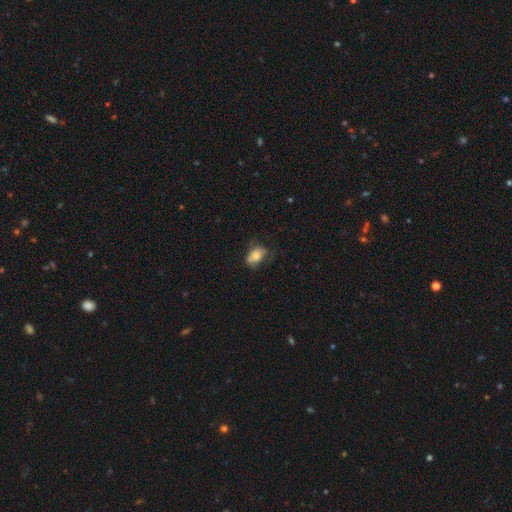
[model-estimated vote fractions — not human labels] This appears to be a smooth galaxy with no disk features (72%) that is in between round and cigar-shaped (80%). Merging: none (43%).